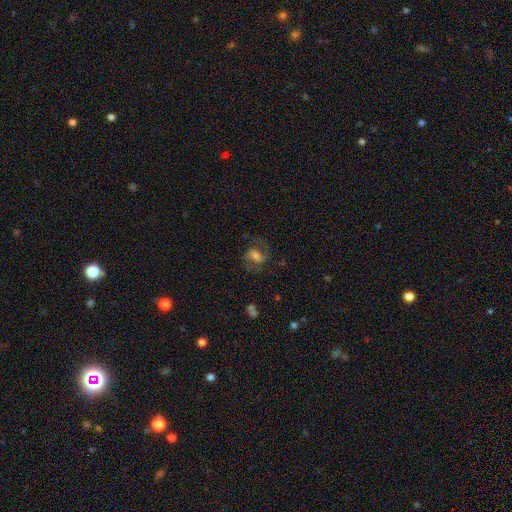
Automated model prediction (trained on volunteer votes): featured or disk 61%, smooth 28%, star or artifact 11%. Down the decision tree: edge-on disk — no (97%); bar — weak (48%); spiral arms — yes (89%); spiral arm count — 2 (86%); spiral winding — medium (52%); bulge size — moderate (40%); merging — none (65%).